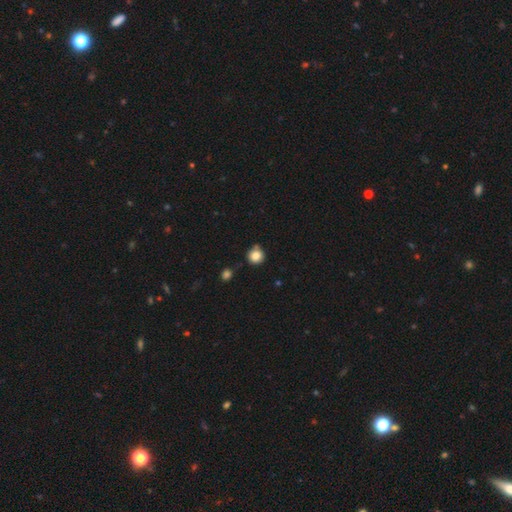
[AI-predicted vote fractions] Smooth or featured: smooth — 83% (star or artifact — 11%)
How rounded: round — 93% (in between — 6%)
Merging: none — 76% (minor disturbance — 15%)